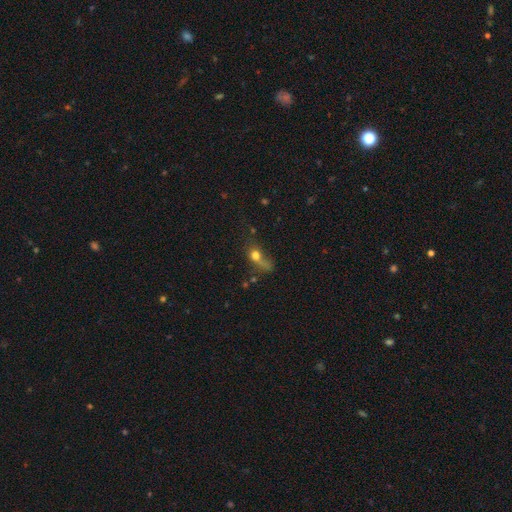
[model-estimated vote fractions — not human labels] Smooth or featured: smooth — 67% (featured or disk — 18%)
How rounded: round — 48% (in between — 42%)
Merging: major disturbance — 35% (none — 30%)